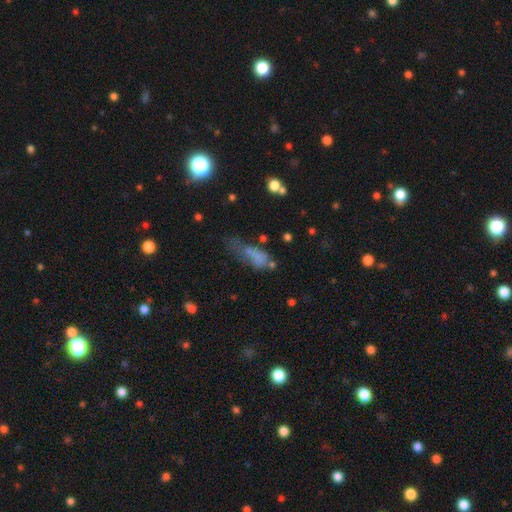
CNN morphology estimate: Smooth or featured? Predicted: smooth (p=0.61). How rounded? Predicted: in between (p=0.66). Merging? Predicted: major disturbance (p=0.39).